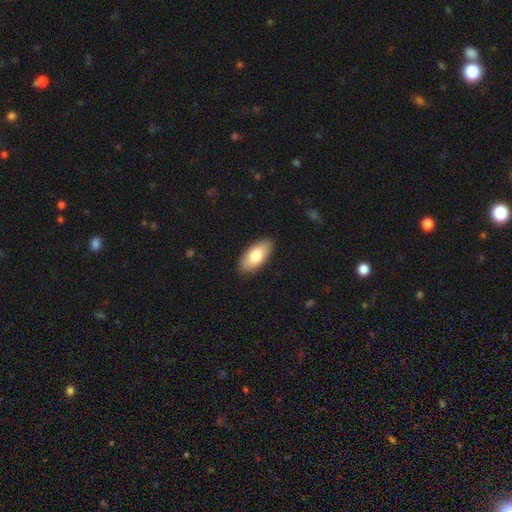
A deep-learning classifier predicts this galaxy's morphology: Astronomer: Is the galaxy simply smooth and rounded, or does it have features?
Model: smooth — 79%.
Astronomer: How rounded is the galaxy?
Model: in between — 91%.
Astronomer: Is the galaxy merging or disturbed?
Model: none — 89%.